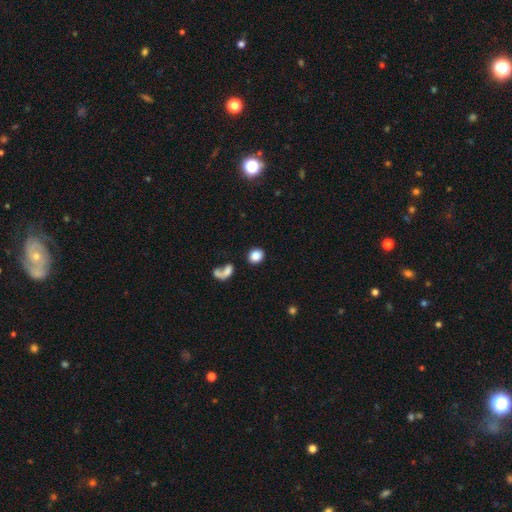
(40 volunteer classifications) smooth-or-featured: smooth: 88% | featured or disk: 8% | star or artifact: 5%
  how-rounded: round: 86% | in between: 14% | cigar-shaped: 0%
  merging: none: 87% | minor disturbance: 8% | merger: 5% | major disturbance: 0%